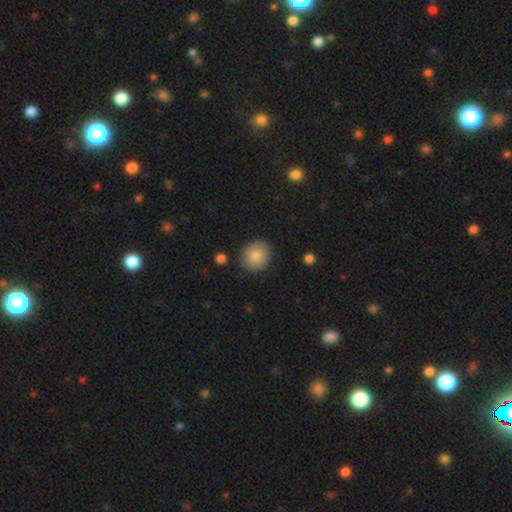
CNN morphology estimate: Smooth or featured? Predicted: smooth (p=0.83). How rounded? Predicted: round (p=0.84). Merging? Predicted: none (p=0.87).